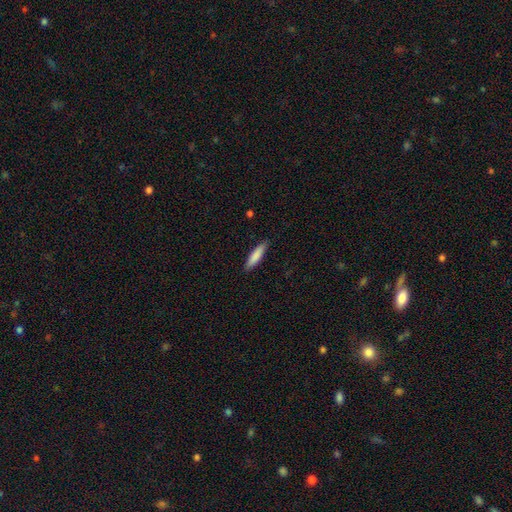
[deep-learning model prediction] Morphology: type=smooth (84%); roundness=cigar-shaped (78%); merging=none (88%).